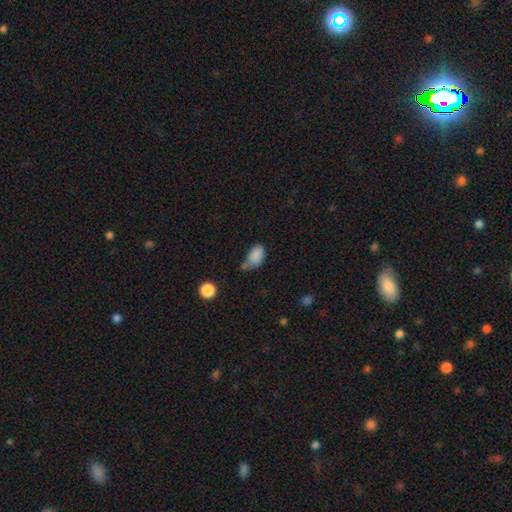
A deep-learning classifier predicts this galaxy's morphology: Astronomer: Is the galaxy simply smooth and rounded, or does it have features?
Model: smooth — 84%.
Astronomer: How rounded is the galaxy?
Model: in between — 89%.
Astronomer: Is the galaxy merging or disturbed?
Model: none — 38% (runner-up: minor disturbance, 34%).